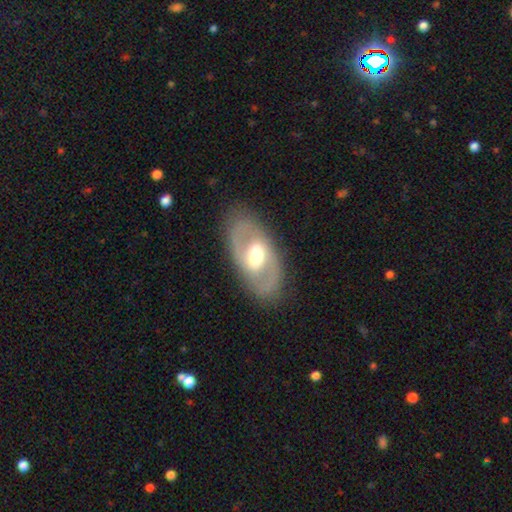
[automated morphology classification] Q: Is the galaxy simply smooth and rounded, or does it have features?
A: featured or disk — 72%.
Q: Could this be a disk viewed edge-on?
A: no — 92%.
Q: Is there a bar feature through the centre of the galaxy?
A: weak — 42%.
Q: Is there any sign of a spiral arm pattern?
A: yes — 65%.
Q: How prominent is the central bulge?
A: moderate — 69%.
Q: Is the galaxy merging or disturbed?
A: none — 86%.